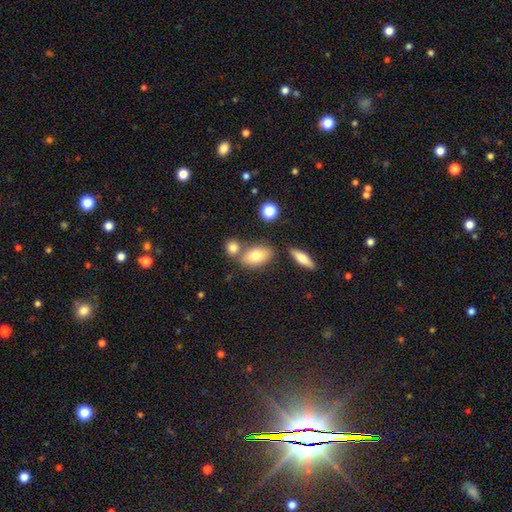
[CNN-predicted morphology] Q: Smooth or featured?
A: smooth (75%); runner-up: featured or disk (16%)
Q: How rounded?
A: in between (85%); runner-up: round (11%)
Q: Merging?
A: none (62%); runner-up: merger (22%)